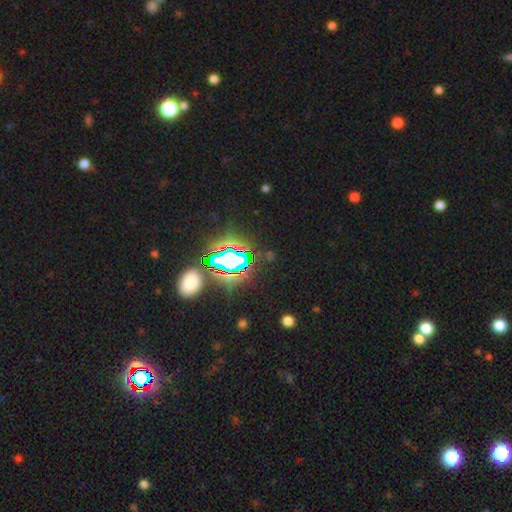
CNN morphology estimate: A star or artifact, not a galaxy (83%).

Vote fractions:
- Smooth or featured? star or artifact: 83% / smooth: 10% / featured or disk: 7%